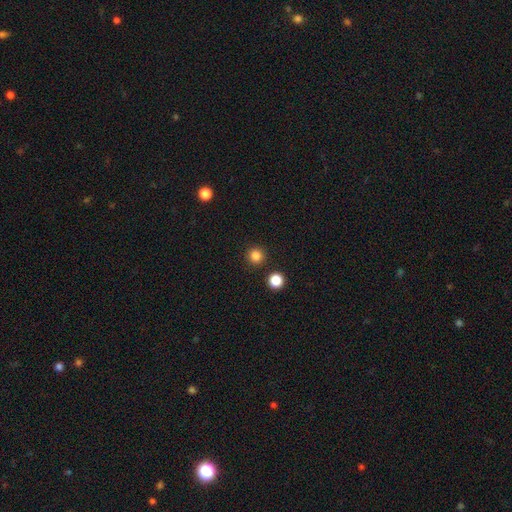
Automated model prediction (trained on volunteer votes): A smooth galaxy with no disk features (83%) that is round (95%). Merging: none (91%).